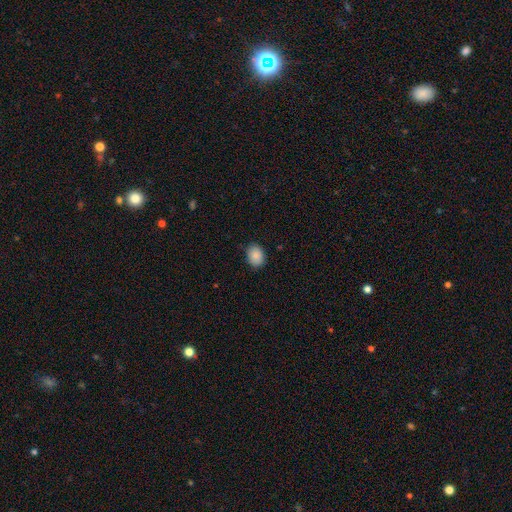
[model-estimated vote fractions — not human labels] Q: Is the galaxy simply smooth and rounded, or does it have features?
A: smooth — 88%.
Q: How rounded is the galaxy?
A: in between — 63%.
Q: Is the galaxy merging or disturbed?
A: none — 85%.